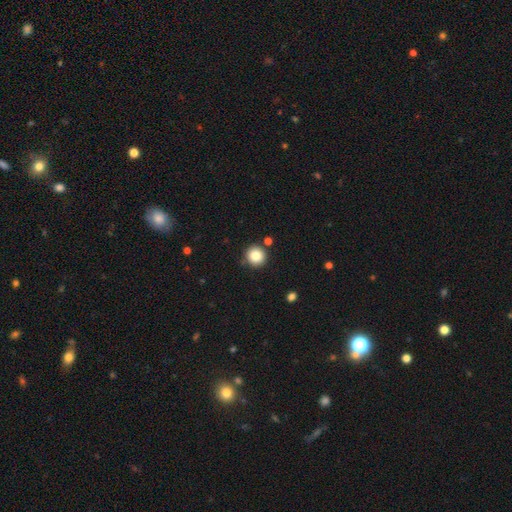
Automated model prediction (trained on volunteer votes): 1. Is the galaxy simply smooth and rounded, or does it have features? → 83% smooth, 10% star or artifact, 6% featured or disk.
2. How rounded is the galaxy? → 94% round, 5% in between, 1% cigar-shaped.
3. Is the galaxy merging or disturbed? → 86% none, 8% minor disturbance, 5% merger, 2% major disturbance.